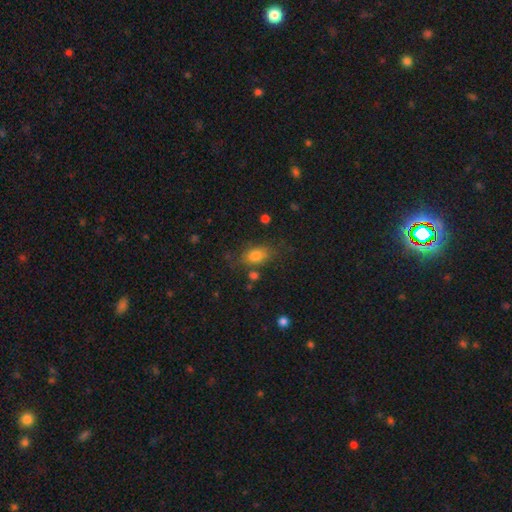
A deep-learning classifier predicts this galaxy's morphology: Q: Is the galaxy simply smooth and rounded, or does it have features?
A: smooth — 79%.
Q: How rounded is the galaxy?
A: in between — 78%.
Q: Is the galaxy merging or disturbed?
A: none — 66%.